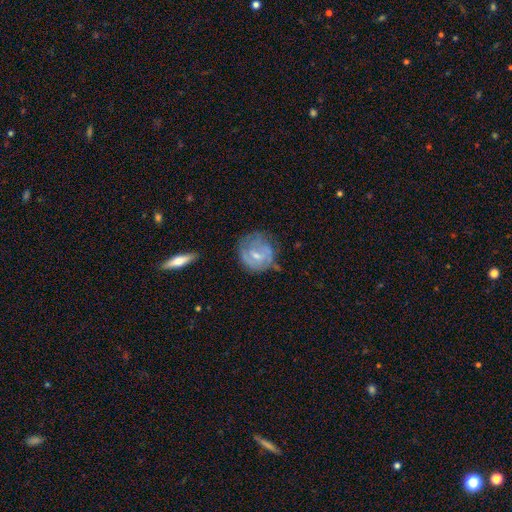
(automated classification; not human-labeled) A featured or disk galaxy (60%) with no bar (47%), spiral arms (61%) and a small central bulge (56%).

Vote fractions:
- Smooth or featured? featured or disk: 60% / smooth: 31% / star or artifact: 9%
- Edge-on disk? no: 95% / yes: 5%
- Bar? no: 47% / weak: 43% / strong: 10%
- Spiral arms? yes: 61% / no: 39%
- Bulge size? small: 56% / moderate: 37% / none: 5% / large: 2% / dominant: 1%
- Merging? none: 61% / minor disturbance: 24% / major disturbance: 12% / merger: 3%